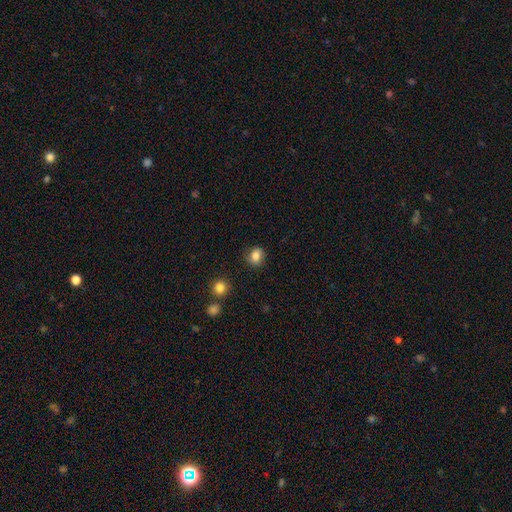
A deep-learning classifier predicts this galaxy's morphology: smooth 83%, star or artifact 10%, featured or disk 7%. Down the decision tree: how rounded — round (64%); merging — none (84%).